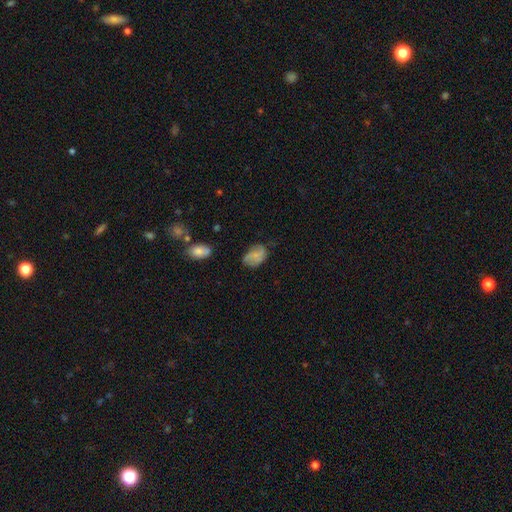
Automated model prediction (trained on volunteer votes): Smooth or featured: smooth — 63% (featured or disk — 29%)
How rounded: in between — 86% (round — 13%)
Merging: none — 54% (minor disturbance — 33%)